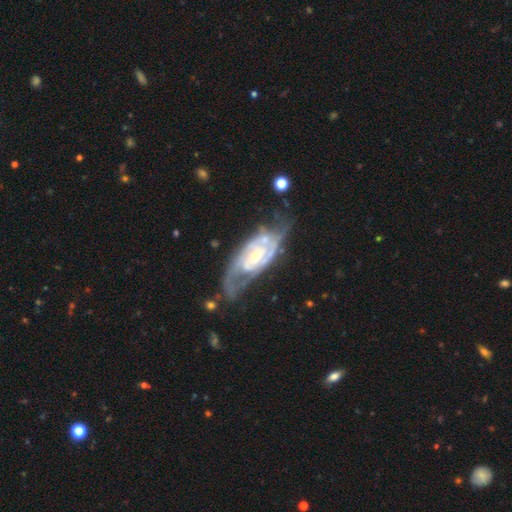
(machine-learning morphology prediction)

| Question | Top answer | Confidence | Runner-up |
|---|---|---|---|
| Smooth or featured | featured or disk | 88% | smooth (7%) |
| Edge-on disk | no | 92% | yes (8%) |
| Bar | no | 44% | weak (41%) |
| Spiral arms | yes | 94% | no (6%) |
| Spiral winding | tight | 51% | medium (38%) |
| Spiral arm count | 2 | 59% | can't tell (22%) |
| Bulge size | moderate | 54% | small (39%) |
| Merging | none | 56% | minor disturbance (23%) |